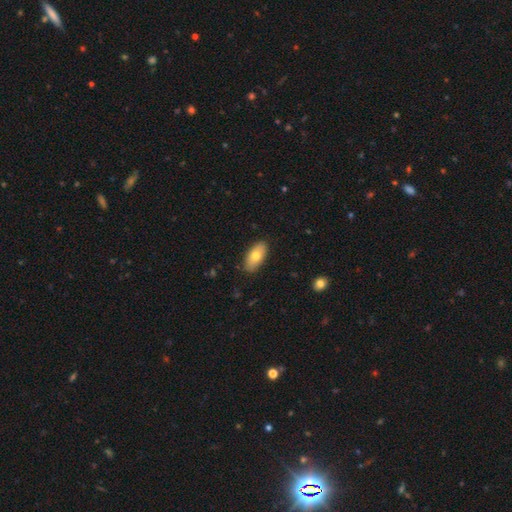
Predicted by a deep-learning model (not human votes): The model was most divided on "smooth or featured": smooth: 74%, featured or disk: 20%, star or artifact: 6%. More confident: how rounded — in between (91%); merging — none (88%).